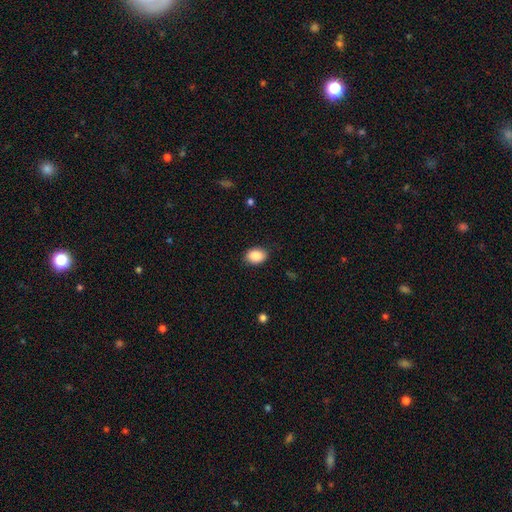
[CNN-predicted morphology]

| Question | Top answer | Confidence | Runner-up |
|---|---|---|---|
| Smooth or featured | smooth | 89% | star or artifact (7%) |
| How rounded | in between | 70% | round (29%) |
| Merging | none | 86% | minor disturbance (11%) |